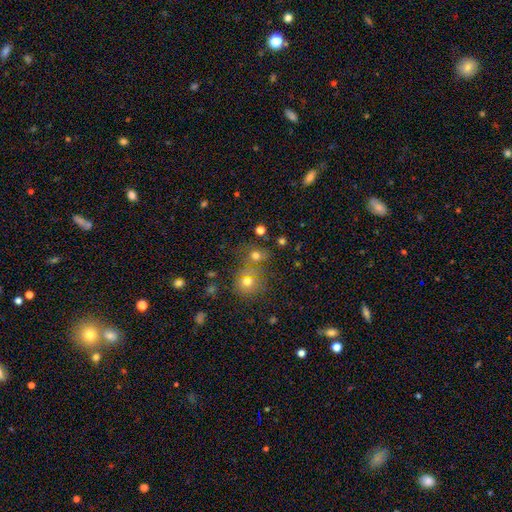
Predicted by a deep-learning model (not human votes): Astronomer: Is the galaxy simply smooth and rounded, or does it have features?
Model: smooth — 71%.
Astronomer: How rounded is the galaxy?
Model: round — 75%.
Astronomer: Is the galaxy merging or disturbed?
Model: none — 57%.